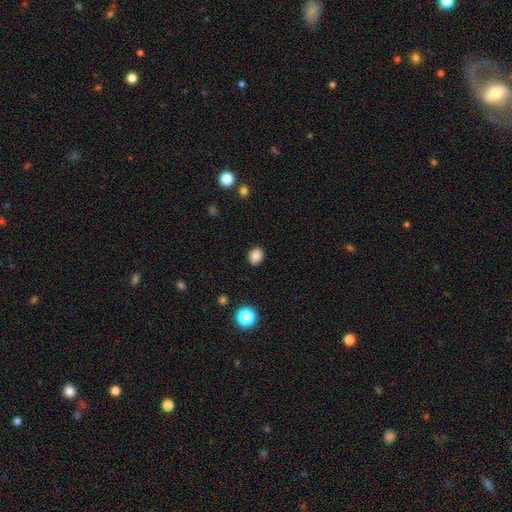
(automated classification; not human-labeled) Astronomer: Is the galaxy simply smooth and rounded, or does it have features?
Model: smooth — 85%.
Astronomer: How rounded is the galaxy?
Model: round — 60% (runner-up: in between, 39%).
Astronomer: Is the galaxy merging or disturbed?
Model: none — 89%.